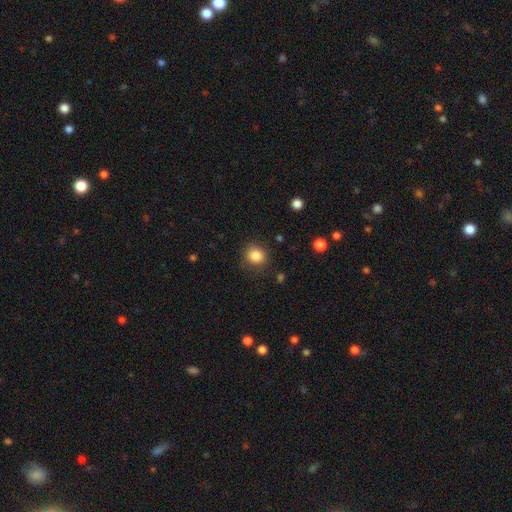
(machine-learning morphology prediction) smooth 85%, star or artifact 10%, featured or disk 5%. Down the decision tree: how rounded — round (82%); merging — none (85%).